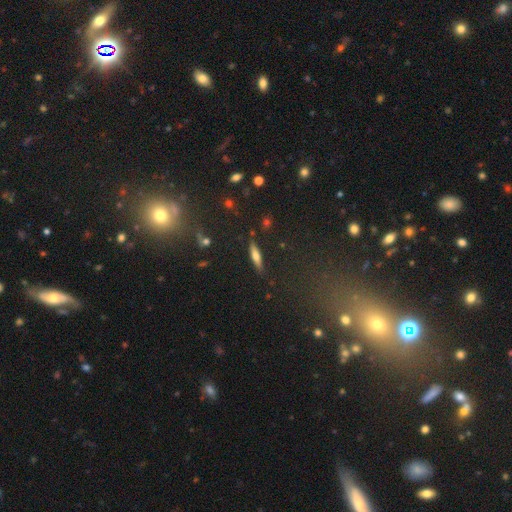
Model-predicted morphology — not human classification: A smooth galaxy with no disk features (59%) that is cigar-shaped (75%). Merging: none (86%).